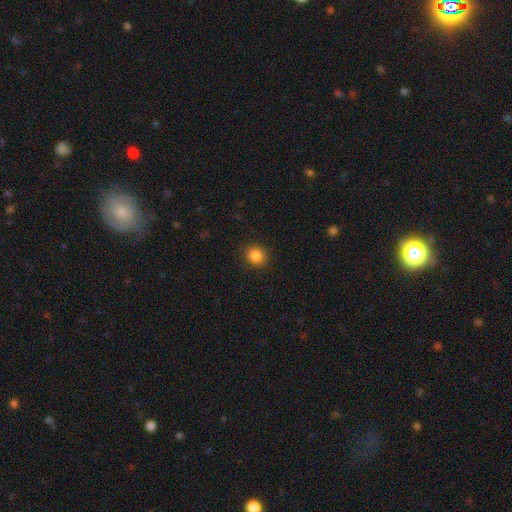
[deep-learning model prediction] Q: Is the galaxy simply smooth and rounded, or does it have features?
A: smooth — 85%.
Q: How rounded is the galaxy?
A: round — 85%.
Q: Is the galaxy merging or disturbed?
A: none — 90%.